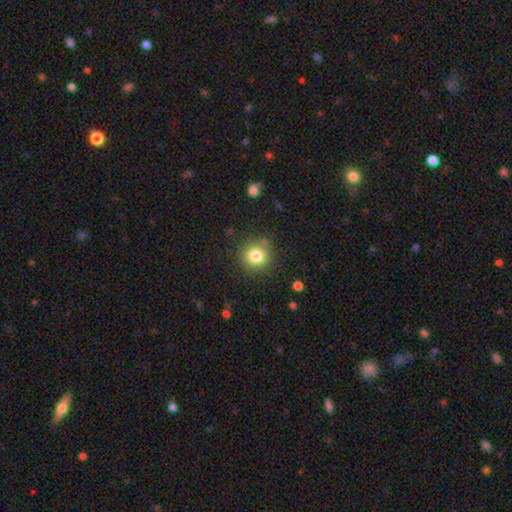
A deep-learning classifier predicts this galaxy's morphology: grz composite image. It shows a smooth galaxy with no disk features (81%) that is round (93%). Merging: none (85%).